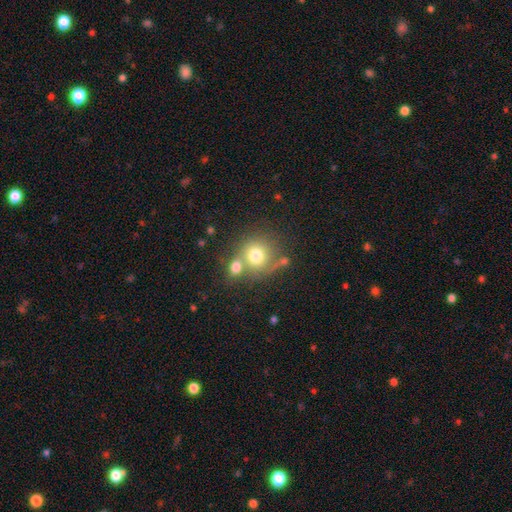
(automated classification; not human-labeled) Smooth or featured: smooth — 72% (featured or disk — 17%)
How rounded: round — 86% (in between — 13%)
Merging: none — 44% (merger — 39%)